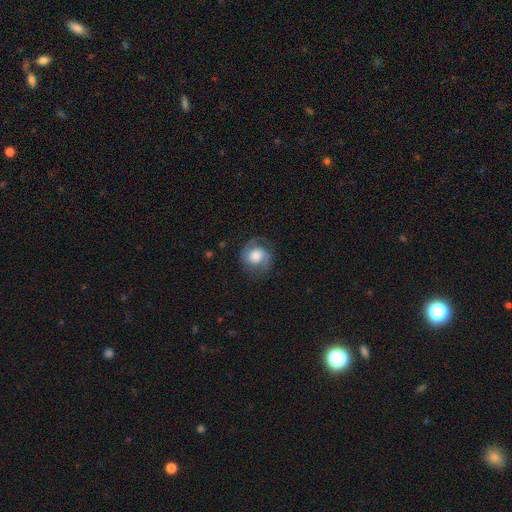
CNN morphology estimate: featured or disk 59%, smooth 33%, star or artifact 8%. Down the decision tree: edge-on disk — no (98%); bar — no (66%); spiral arms — yes (90%); spiral arm count — 2 (83%); spiral winding — medium (47%); bulge size — large (49%); merging — none (69%).